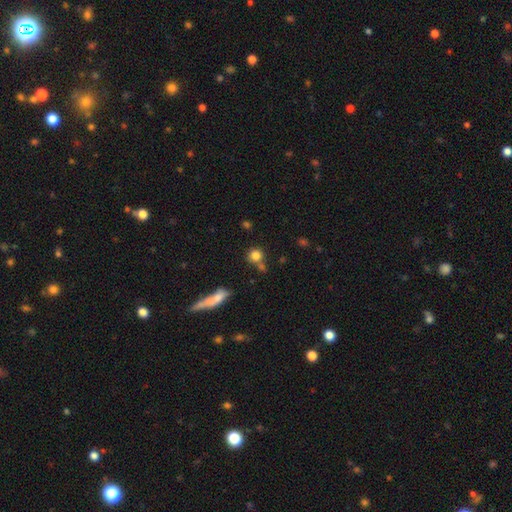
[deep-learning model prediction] Smooth or featured? smooth (81%)
How rounded? round (86%)
Merging? none (62%)